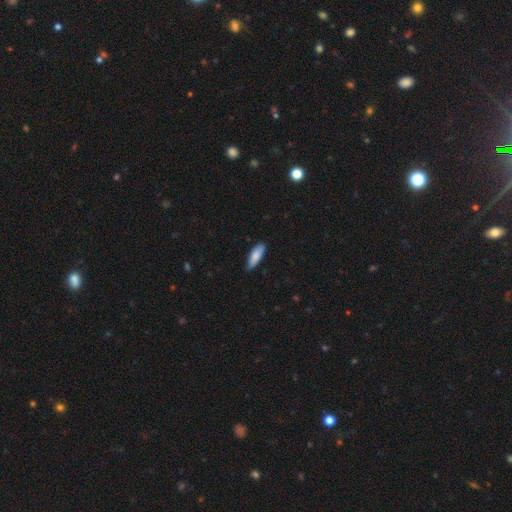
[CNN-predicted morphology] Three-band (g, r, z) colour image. It shows a smooth galaxy with no disk features (83%) that is in between round and cigar-shaped (58%). Merging: none (79%).